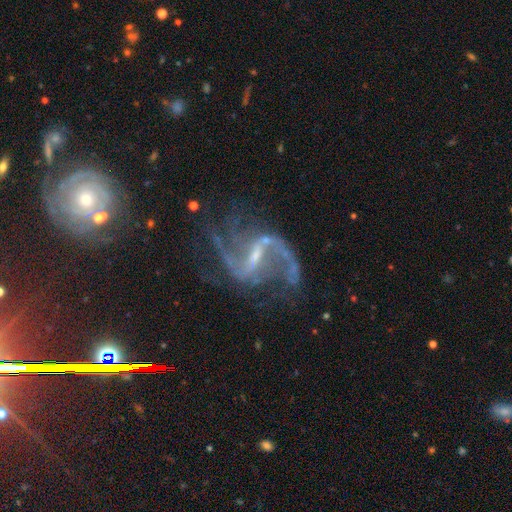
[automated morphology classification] type=featured or disk (90%); edge-on=no (97%); bar=strong (49%); spiral arms=yes (97%); winding=loose (69%); arm count=2 (82%); bulge=small (66%); merging=none (60%).